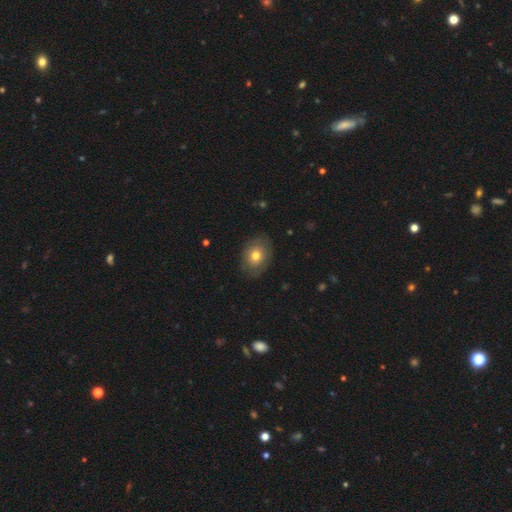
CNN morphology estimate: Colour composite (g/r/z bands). It shows a smooth galaxy with no disk features (74%) that is in between round and cigar-shaped (63%). Merging: none (82%).